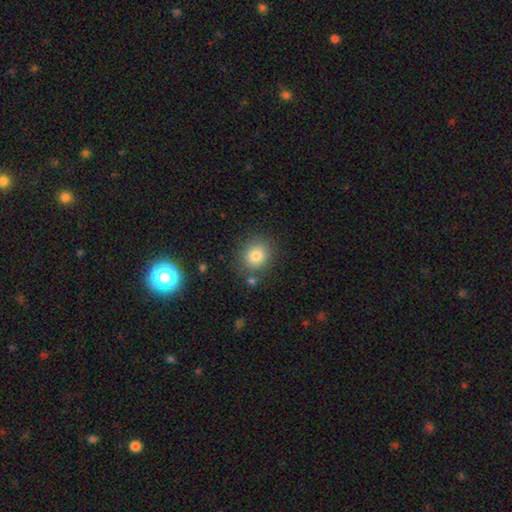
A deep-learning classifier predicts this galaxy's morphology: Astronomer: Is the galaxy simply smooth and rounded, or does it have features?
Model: smooth — 81%.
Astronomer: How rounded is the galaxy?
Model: round — 80%.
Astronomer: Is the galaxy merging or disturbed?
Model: none — 82%.